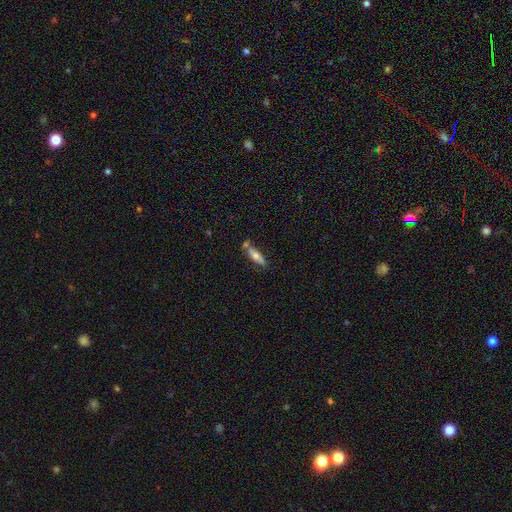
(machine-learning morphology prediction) smooth-or-featured: smooth: 56% | featured or disk: 37% | star or artifact: 7%
  how-rounded: cigar-shaped: 51% | in between: 47% | round: 3%
  merging: none: 59% | merger: 20% | minor disturbance: 17% | major disturbance: 5%